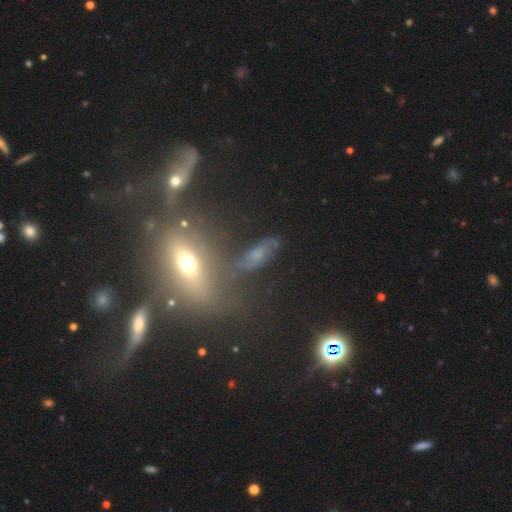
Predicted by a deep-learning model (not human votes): Q: Smooth or featured?
A: featured or disk (41%); runner-up: smooth (33%)
Q: Merging?
A: none (56%); runner-up: minor disturbance (17%)